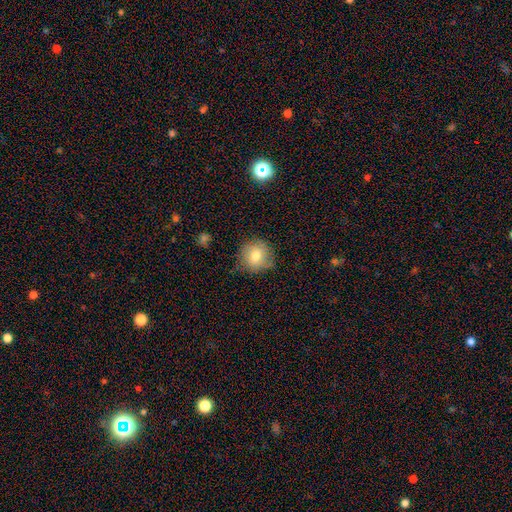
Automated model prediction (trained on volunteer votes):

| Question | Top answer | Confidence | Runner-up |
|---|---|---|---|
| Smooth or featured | smooth | 76% | featured or disk (14%) |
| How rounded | round | 90% | in between (9%) |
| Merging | none | 78% | minor disturbance (17%) |